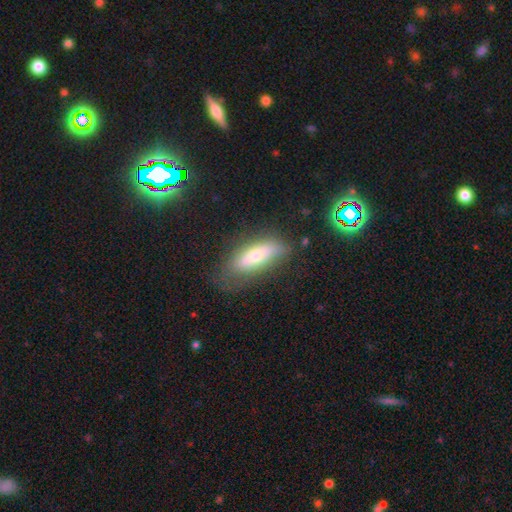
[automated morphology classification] This is possibly a smooth galaxy (58%). How rounded: likely in between (62%). Merging: likely none (62%).